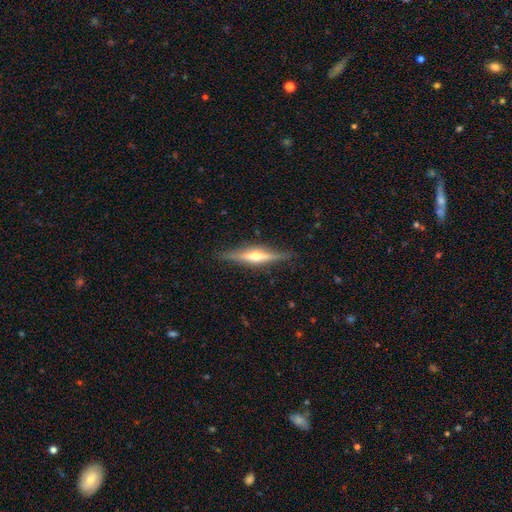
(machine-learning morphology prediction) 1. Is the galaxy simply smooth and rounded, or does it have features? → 72% featured or disk, 22% smooth, 6% star or artifact.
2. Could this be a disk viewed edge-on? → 96% yes, 4% no.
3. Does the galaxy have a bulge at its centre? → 88% rounded, 6% boxy, 6% none.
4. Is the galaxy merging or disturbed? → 87% none, 9% minor disturbance, 2% major disturbance, 1% merger.